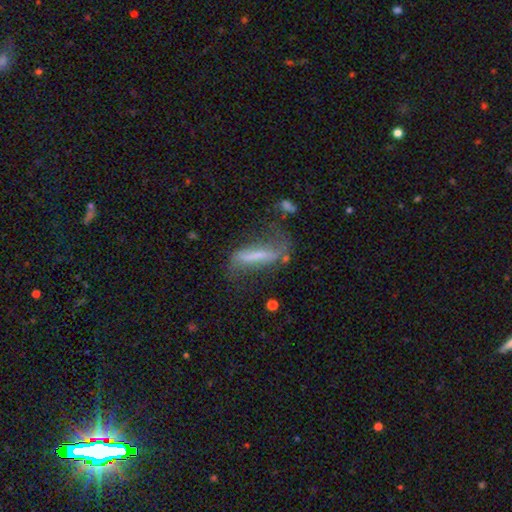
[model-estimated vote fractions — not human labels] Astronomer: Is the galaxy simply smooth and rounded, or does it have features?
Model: featured or disk — 53% (runner-up: smooth, 37%).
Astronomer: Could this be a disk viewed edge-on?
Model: no — 68%.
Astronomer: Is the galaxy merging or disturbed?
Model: none — 42% (runner-up: major disturbance, 28%).